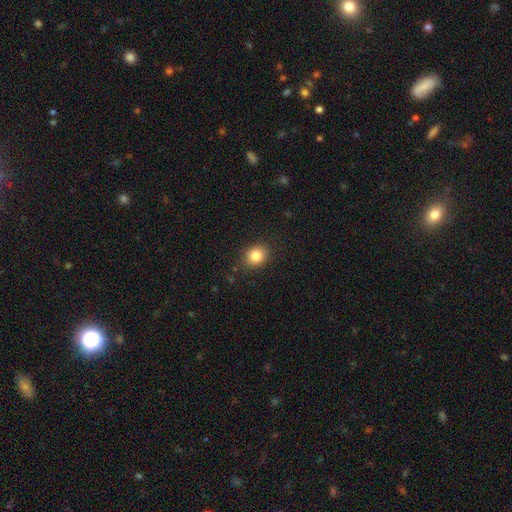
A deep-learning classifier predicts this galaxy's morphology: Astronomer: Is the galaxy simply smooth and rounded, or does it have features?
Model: smooth — 84%.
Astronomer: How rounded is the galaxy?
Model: round — 61% (runner-up: in between, 38%).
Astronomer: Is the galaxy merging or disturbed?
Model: none — 87%.